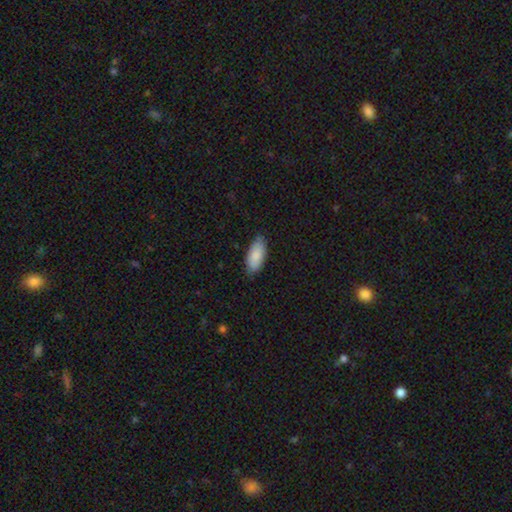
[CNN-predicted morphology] This appears to be a smooth galaxy with no disk features (87%) that is in between round and cigar-shaped (89%). Merging: none (79%).